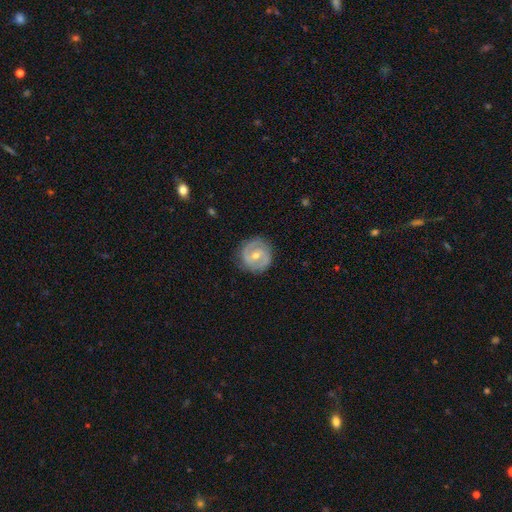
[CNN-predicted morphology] smooth_or_featured: featured or disk (p=0.77) [alt: smooth p=0.18]
disk_edge_on: no (p=0.98) [alt: yes p=0.02]
bar: weak (p=0.52) [alt: no p=0.28]
has_spiral_arms: yes (p=0.88) [alt: no p=0.12]
spiral_winding: tight (p=0.48) [alt: medium p=0.41]
spiral_arm_count: 2 (p=0.86) [alt: can't tell p=0.08]
bulge_size: moderate (p=0.55) [alt: small p=0.41]
merging: none (p=0.84) [alt: minor disturbance p=0.11]